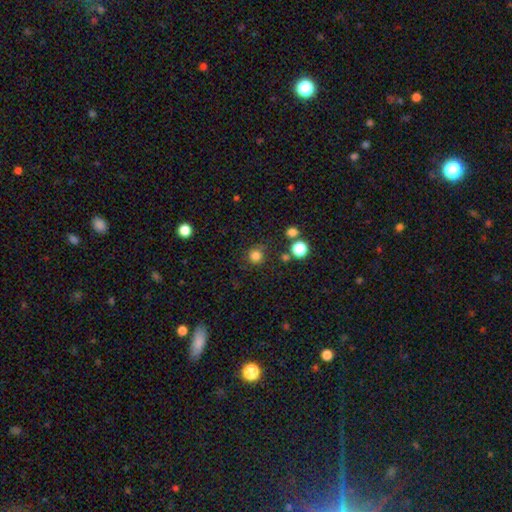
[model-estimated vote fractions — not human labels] This is clearly a smooth galaxy (82%). How rounded: clearly round (94%). Merging: clearly none (83%).